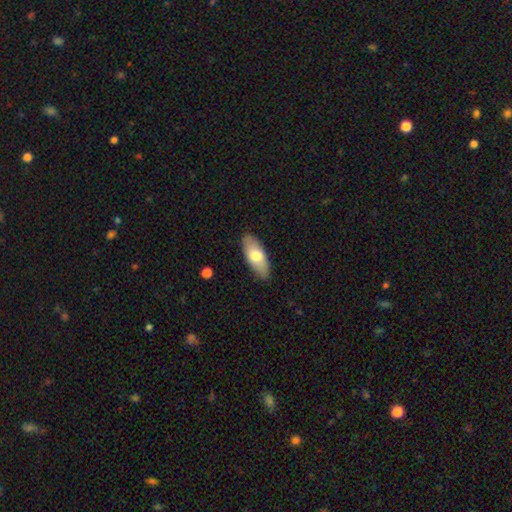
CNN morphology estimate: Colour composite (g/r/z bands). It shows a smooth galaxy with no disk features (71%) that is in between round and cigar-shaped (82%). Merging: none (87%).